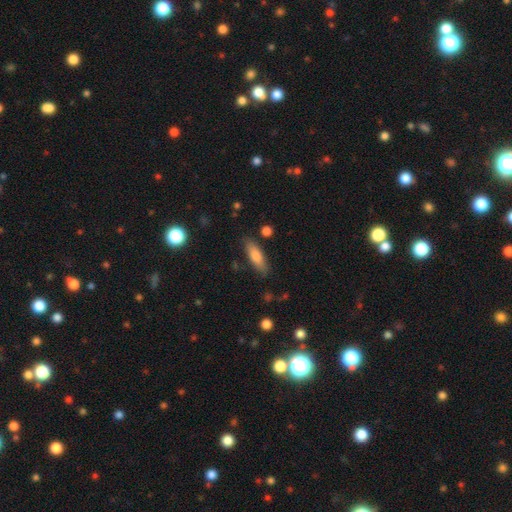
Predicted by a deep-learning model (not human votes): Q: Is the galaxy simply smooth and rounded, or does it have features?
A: smooth — 76%.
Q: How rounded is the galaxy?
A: in between — 49%.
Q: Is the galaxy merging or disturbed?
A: none — 83%.